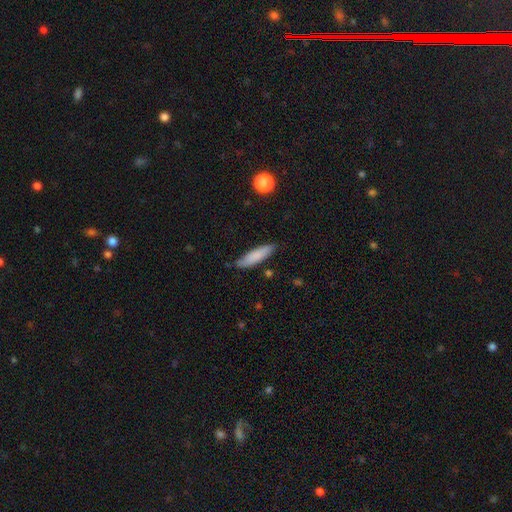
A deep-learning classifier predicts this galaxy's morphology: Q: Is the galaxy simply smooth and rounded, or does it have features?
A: smooth — 81%.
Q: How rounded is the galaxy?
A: cigar-shaped — 73%.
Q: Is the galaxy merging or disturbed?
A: none — 82%.